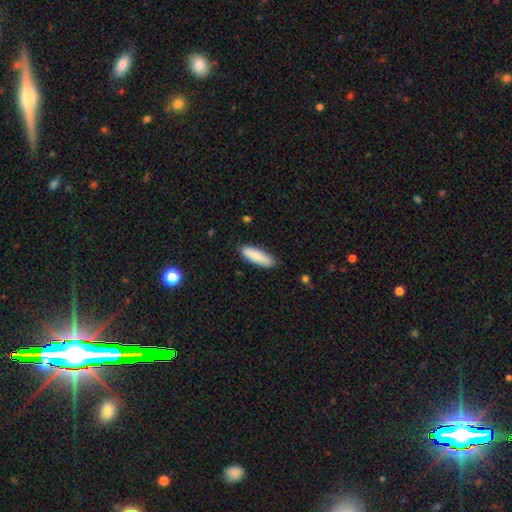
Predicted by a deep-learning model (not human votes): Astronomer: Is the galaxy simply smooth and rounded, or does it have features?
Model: smooth — 87%.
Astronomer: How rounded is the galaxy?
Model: cigar-shaped — 55% (runner-up: in between, 43%).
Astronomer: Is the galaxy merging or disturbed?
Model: none — 87%.